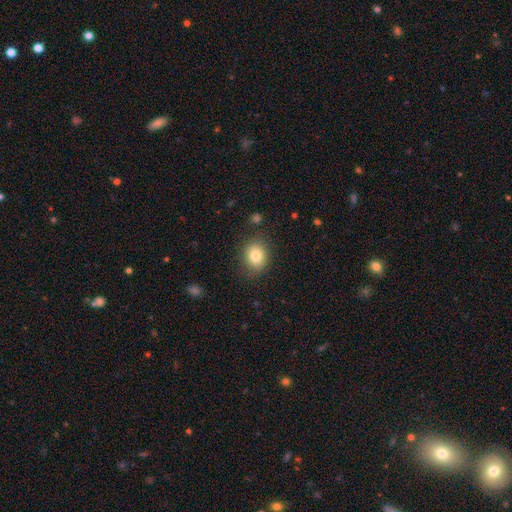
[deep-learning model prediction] Smooth or featured? Predicted: smooth (p=0.81). How rounded? Predicted: round (p=0.57). Merging? Predicted: none (p=0.82).